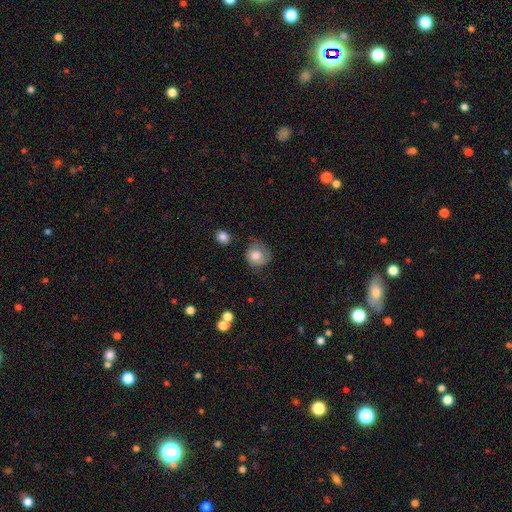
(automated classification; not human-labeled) This appears to be a smooth galaxy with no disk features (74%) that is round (82%). Merging: none (60%).